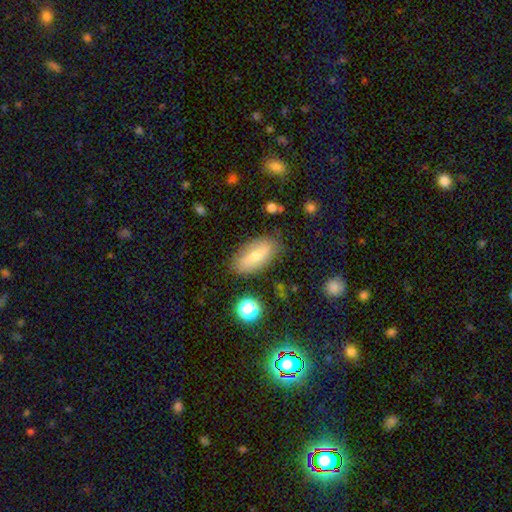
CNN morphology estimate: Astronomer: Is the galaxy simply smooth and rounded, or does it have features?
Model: smooth — 54% (runner-up: featured or disk, 37%).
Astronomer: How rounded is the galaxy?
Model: in between — 83%.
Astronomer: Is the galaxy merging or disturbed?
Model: none — 81%.